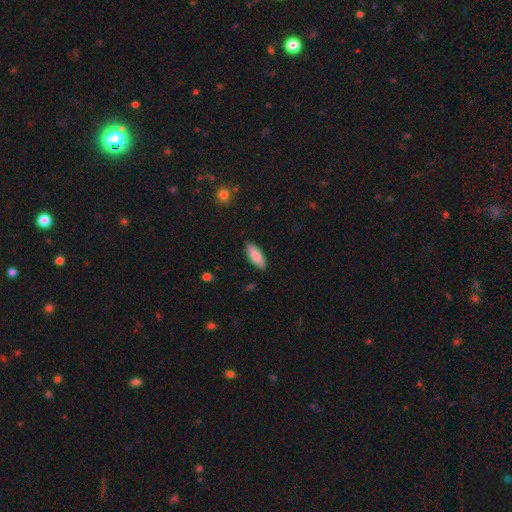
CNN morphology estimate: This appears to be a smooth galaxy with no disk features (87%) that is in between round and cigar-shaped (75%). Merging: none (88%).